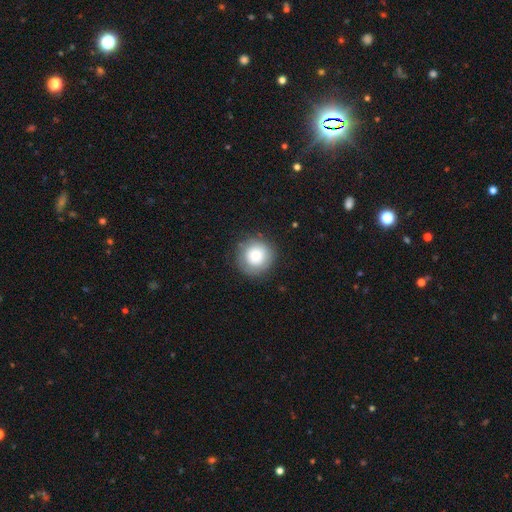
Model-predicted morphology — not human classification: Smooth or featured: smooth — 77% (featured or disk — 14%)
How rounded: round — 94% (in between — 5%)
Merging: none — 83% (minor disturbance — 12%)